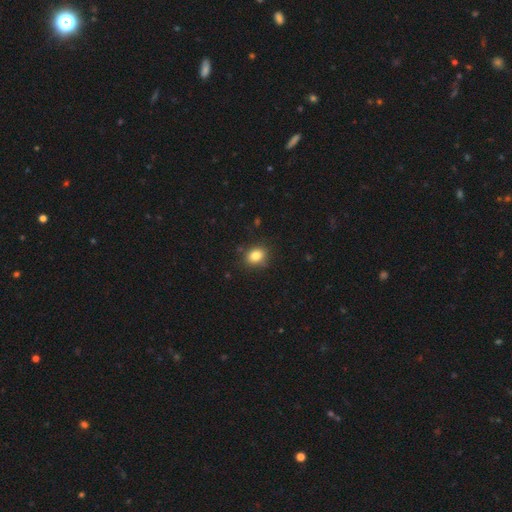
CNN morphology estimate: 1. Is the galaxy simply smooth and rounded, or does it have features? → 83% smooth, 10% star or artifact, 6% featured or disk.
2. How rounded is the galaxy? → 54% round, 45% in between, 1% cigar-shaped.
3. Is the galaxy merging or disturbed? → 85% none, 11% minor disturbance, 3% major disturbance, 1% merger.